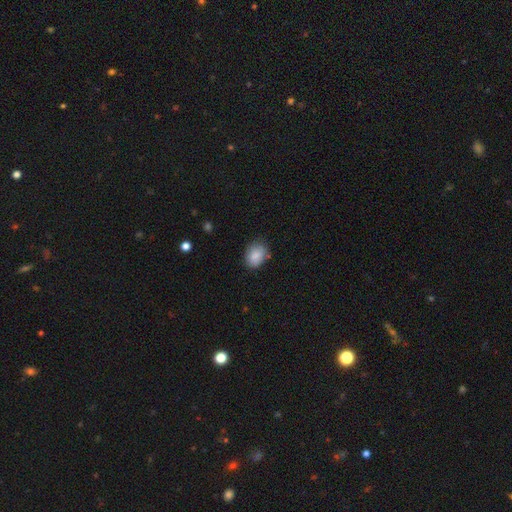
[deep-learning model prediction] This is clearly a smooth galaxy (86%). How rounded: likely in between (67%). Merging: likely none (73%).